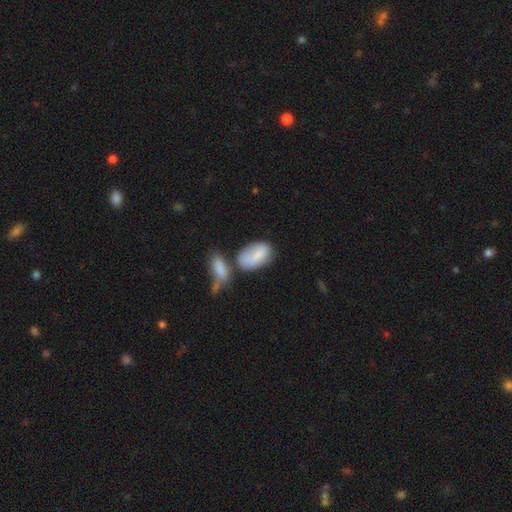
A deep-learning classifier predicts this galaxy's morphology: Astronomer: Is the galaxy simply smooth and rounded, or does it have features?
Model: smooth — 77%.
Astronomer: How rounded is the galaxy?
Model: in between — 91%.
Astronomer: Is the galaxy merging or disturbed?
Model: none — 37% (runner-up: merger, 34%).